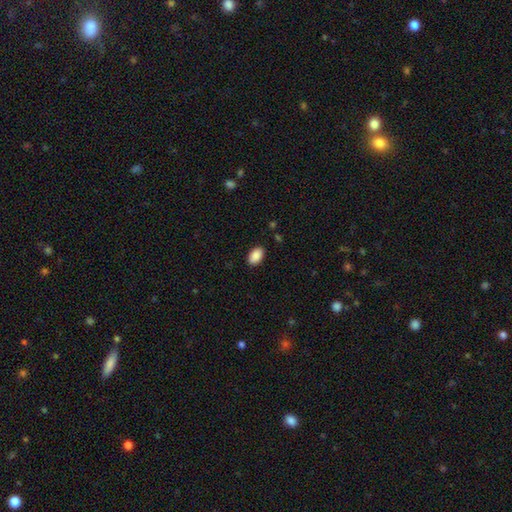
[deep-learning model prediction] Smooth or featured?
  - smooth: 90% *
  - star or artifact: 7%
  - featured or disk: 3%
How rounded?
  - in between: 93% *
  - round: 5%
  - cigar-shaped: 1%
Merging?
  - none: 89% *
  - minor disturbance: 8%
  - major disturbance: 2%
  - merger: 1%